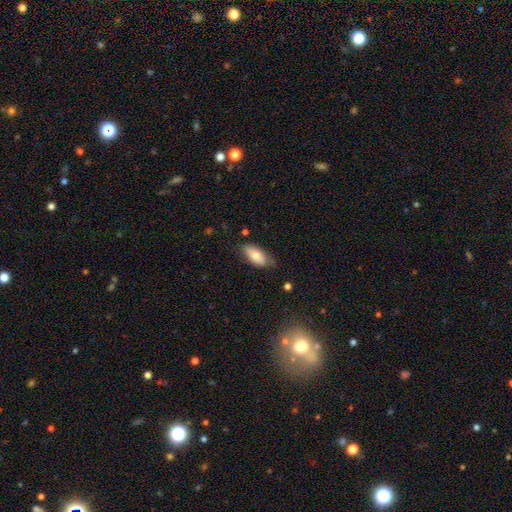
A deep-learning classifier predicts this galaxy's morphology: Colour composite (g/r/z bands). It shows a smooth galaxy with no disk features (72%) that is in between round and cigar-shaped (88%). Merging: none (68%).